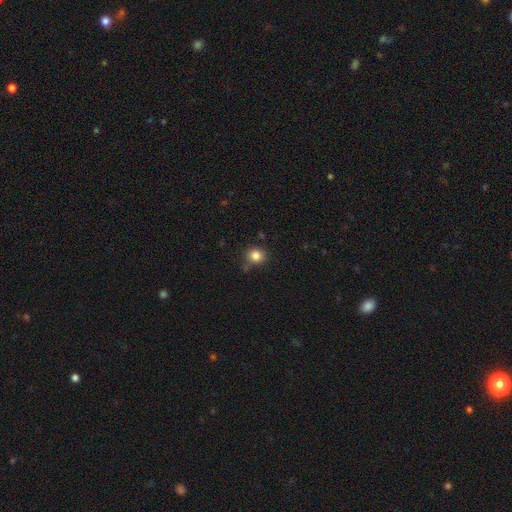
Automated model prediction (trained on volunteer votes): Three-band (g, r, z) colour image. It shows a smooth galaxy with no disk features (84%) that is round (83%). Merging: none (78%).